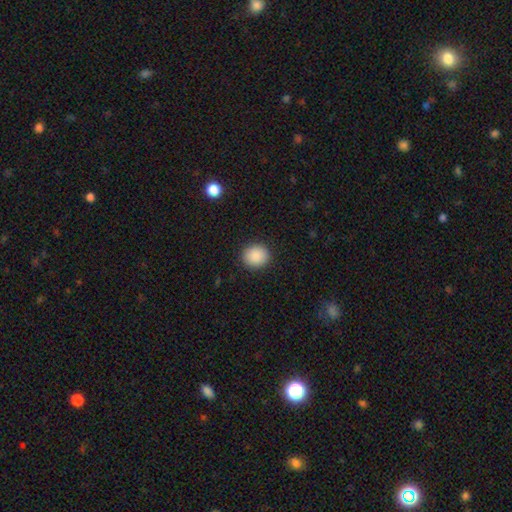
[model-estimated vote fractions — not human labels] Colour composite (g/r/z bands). It shows a smooth galaxy with no disk features (89%) that is round (79%). Merging: none (90%).